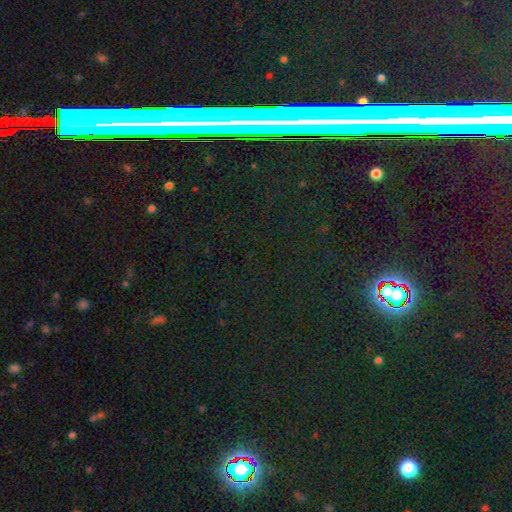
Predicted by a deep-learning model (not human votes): Morphology: type=star or artifact (75%).